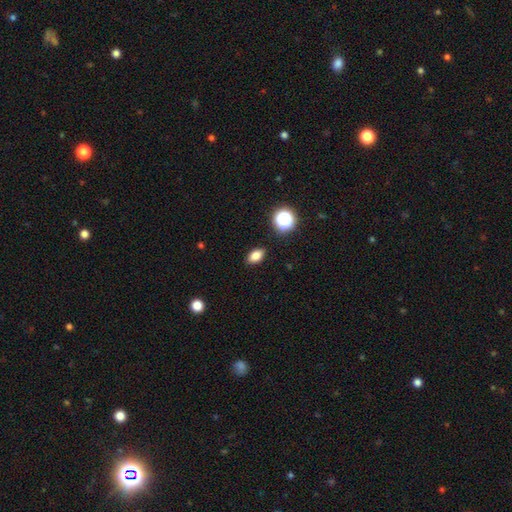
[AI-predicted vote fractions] Smooth or featured? Predicted: smooth (p=0.81). How rounded? Predicted: in between (p=0.85). Merging? Predicted: none (p=0.88).